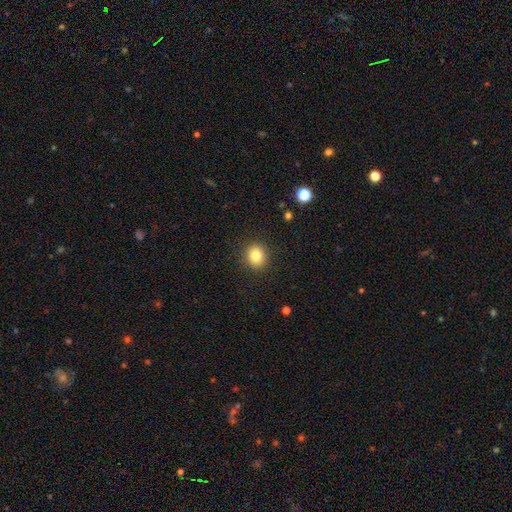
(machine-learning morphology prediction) smooth-or-featured: smooth: 82% | star or artifact: 11% | featured or disk: 7%
  how-rounded: round: 79% | in between: 20% | cigar-shaped: 1%
  merging: none: 90% | minor disturbance: 6% | major disturbance: 2% | merger: 1%